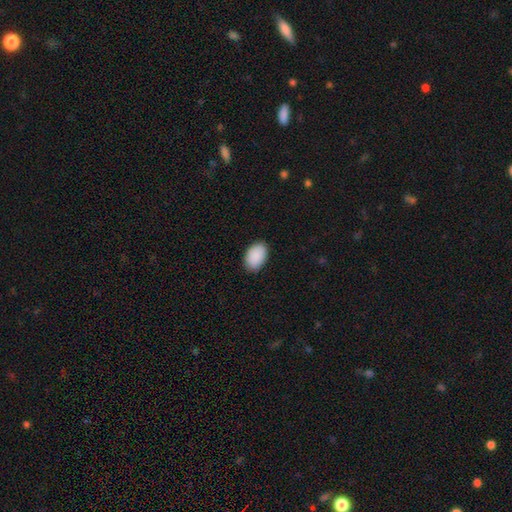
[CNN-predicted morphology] Q: Smooth or featured?
A: smooth (91%); runner-up: star or artifact (6%)
Q: How rounded?
A: in between (90%); runner-up: round (9%)
Q: Merging?
A: none (87%); runner-up: minor disturbance (10%)